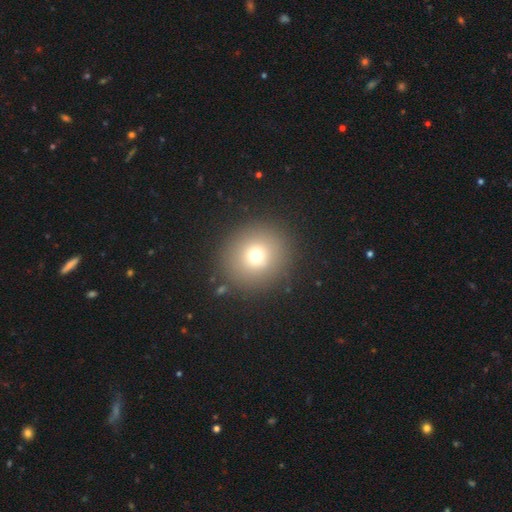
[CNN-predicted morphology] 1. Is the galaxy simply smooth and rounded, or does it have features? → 71% smooth, 17% star or artifact, 12% featured or disk.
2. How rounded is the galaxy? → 94% round, 6% in between, 1% cigar-shaped.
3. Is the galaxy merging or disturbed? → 89% none, 6% minor disturbance, 3% major disturbance, 2% merger.